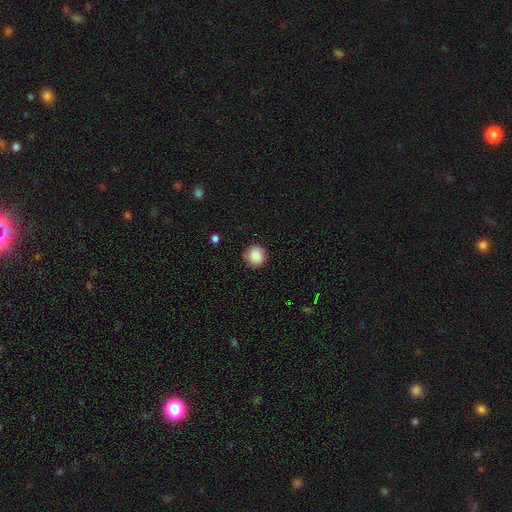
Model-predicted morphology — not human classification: Smooth or featured?
  - smooth: 88% *
  - star or artifact: 8%
  - featured or disk: 3%
How rounded?
  - round: 94% *
  - in between: 5%
  - cigar-shaped: 1%
Merging?
  - none: 89% *
  - minor disturbance: 8%
  - major disturbance: 2%
  - merger: 1%